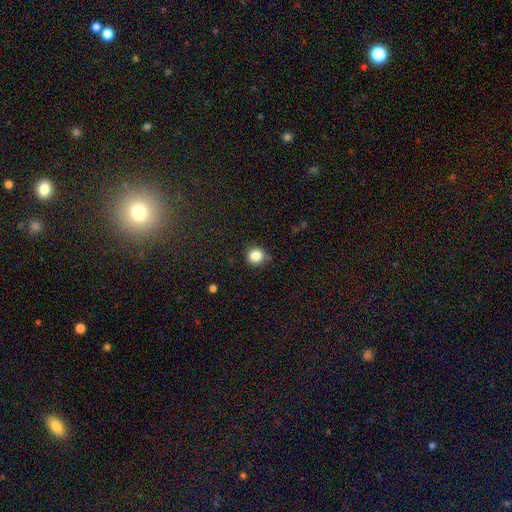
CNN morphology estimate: Smooth or featured?
  - smooth: 85% *
  - star or artifact: 11%
  - featured or disk: 4%
How rounded?
  - round: 92% *
  - in between: 7%
  - cigar-shaped: 1%
Merging?
  - none: 84% *
  - minor disturbance: 12%
  - major disturbance: 3%
  - merger: 1%